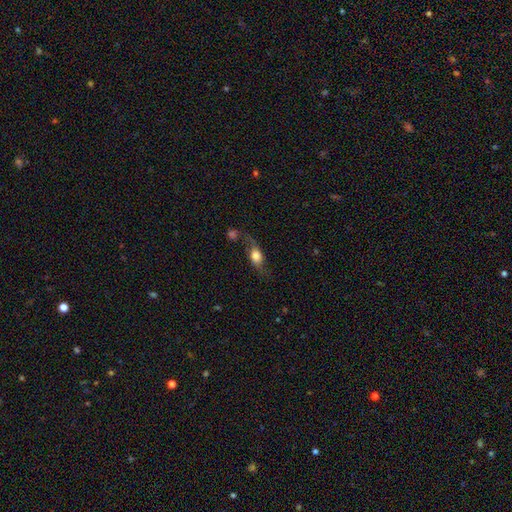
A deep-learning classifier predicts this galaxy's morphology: Overall: smooth (47%; featured or disk 43%). Merging: none (41%; minor disturbance 20%).